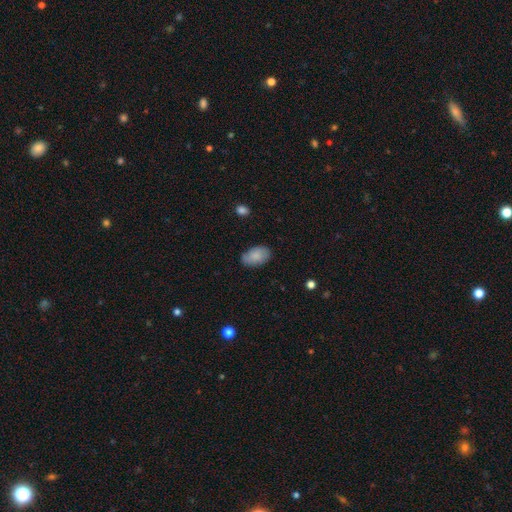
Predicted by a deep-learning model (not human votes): This is clearly a smooth galaxy (82%). How rounded: clearly in between (92%). Merging: clearly none (81%).